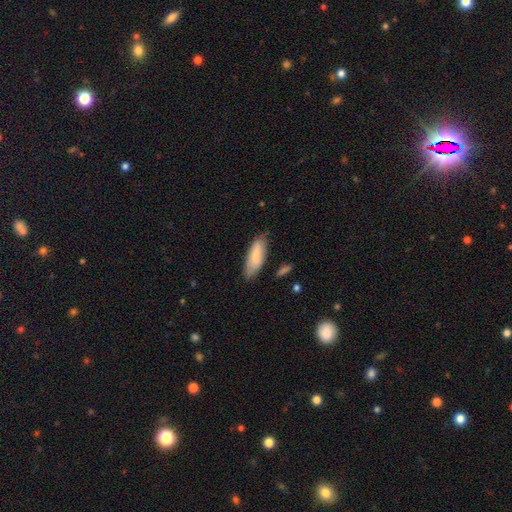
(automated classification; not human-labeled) Smooth or featured: smooth — 80% (featured or disk — 14%)
How rounded: in between — 66% (cigar-shaped — 32%)
Merging: none — 70% (minor disturbance — 24%)